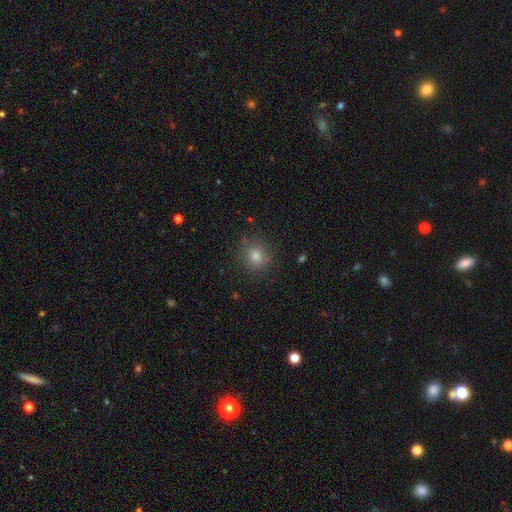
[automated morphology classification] A smooth galaxy with no disk features (76%) that is round (89%). Merging: none (87%).